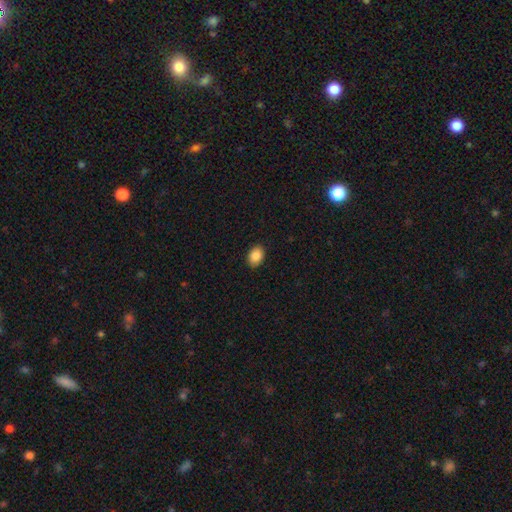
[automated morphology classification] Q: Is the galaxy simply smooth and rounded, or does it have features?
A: smooth — 88%.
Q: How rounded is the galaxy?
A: in between — 77%.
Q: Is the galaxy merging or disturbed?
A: none — 90%.